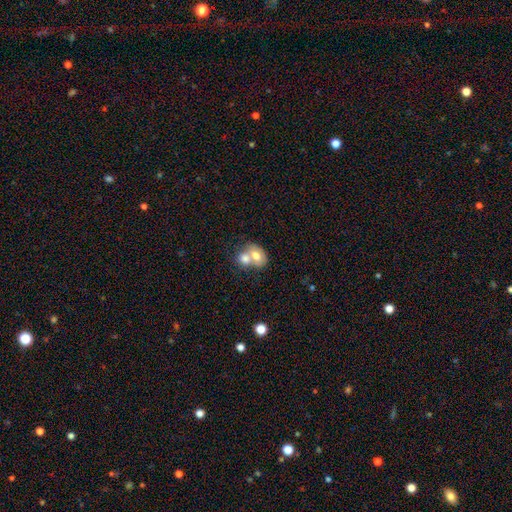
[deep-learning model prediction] Smooth or featured?
  - smooth: 68% *
  - featured or disk: 24%
  - star or artifact: 7%
How rounded?
  - in between: 60% *
  - round: 39%
  - cigar-shaped: 1%
Merging?
  - merger: 72% *
  - none: 19%
  - minor disturbance: 6%
  - major disturbance: 3%